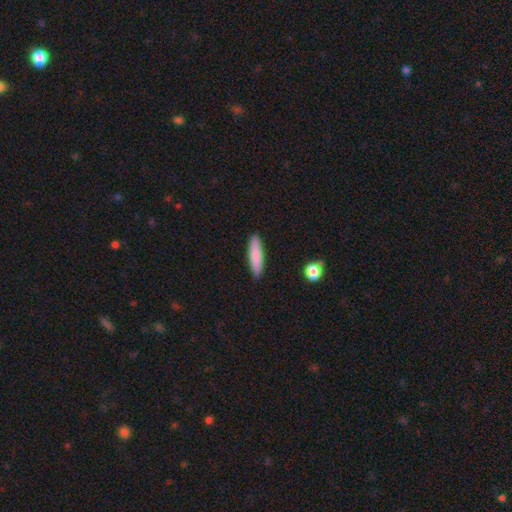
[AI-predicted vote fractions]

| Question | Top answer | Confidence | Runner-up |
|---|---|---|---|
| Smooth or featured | smooth | 82% | featured or disk (12%) |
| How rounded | cigar-shaped | 81% | in between (17%) |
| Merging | none | 90% | minor disturbance (7%) |